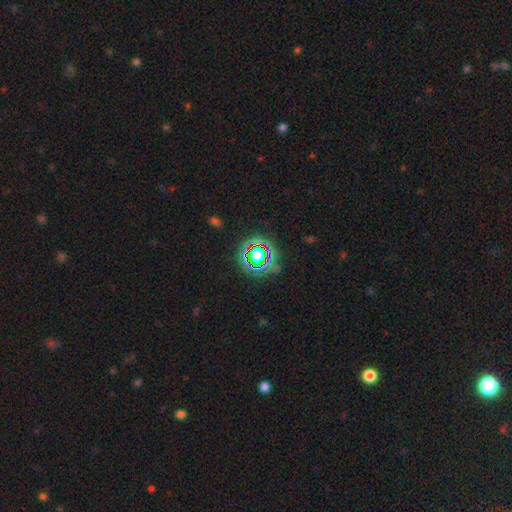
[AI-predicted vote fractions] smooth_or_featured: star or artifact (p=0.62) [alt: smooth p=0.25]